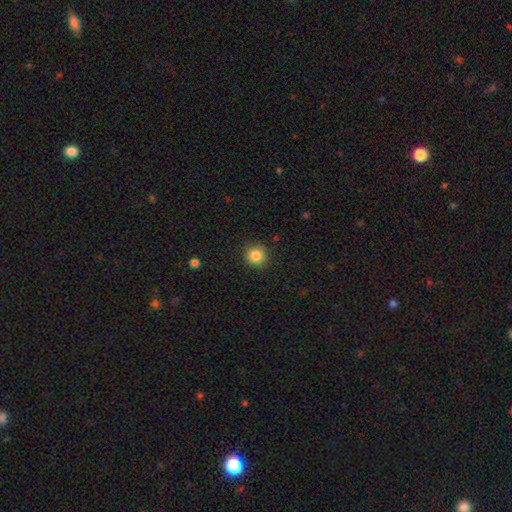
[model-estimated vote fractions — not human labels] Smooth or featured? Predicted: smooth (p=0.85). How rounded? Predicted: round (p=0.93). Merging? Predicted: none (p=0.89).